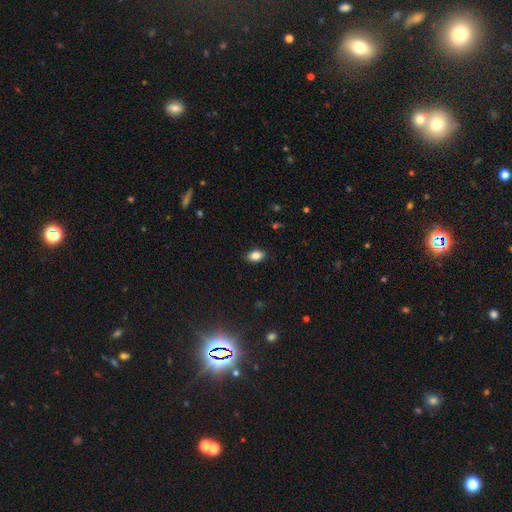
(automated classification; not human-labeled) Smooth or featured: smooth — 86% (star or artifact — 9%)
How rounded: in between — 88% (round — 10%)
Merging: none — 87% (minor disturbance — 10%)